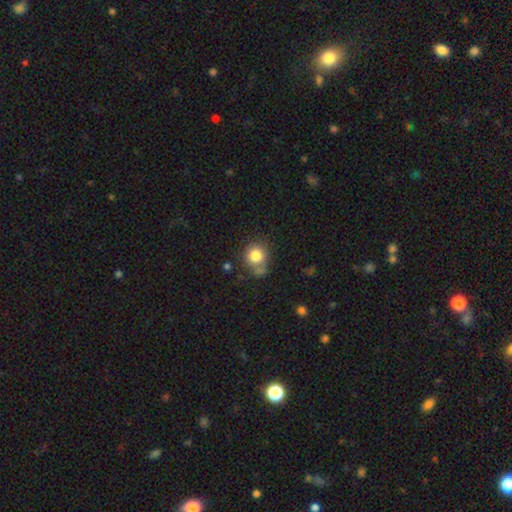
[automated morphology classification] Smooth or featured?
  - smooth: 81% *
  - star or artifact: 10%
  - featured or disk: 8%
How rounded?
  - round: 86% *
  - in between: 13%
  - cigar-shaped: 1%
Merging?
  - none: 62% *
  - minor disturbance: 19%
  - merger: 13%
  - major disturbance: 7%